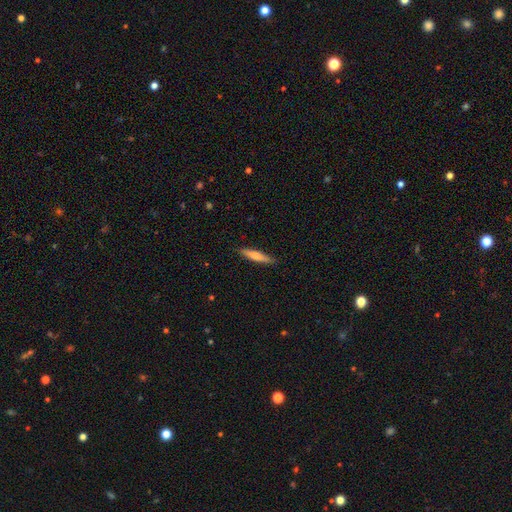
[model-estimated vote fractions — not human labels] A smooth galaxy with no disk features (72%) that is cigar-shaped (88%).

Vote fractions:
- Smooth or featured? smooth: 72% / featured or disk: 23% / star or artifact: 5%
- How rounded? cigar-shaped: 88% / in between: 11% / round: 1%
- Merging? none: 88% / minor disturbance: 9% / major disturbance: 2% / merger: 1%